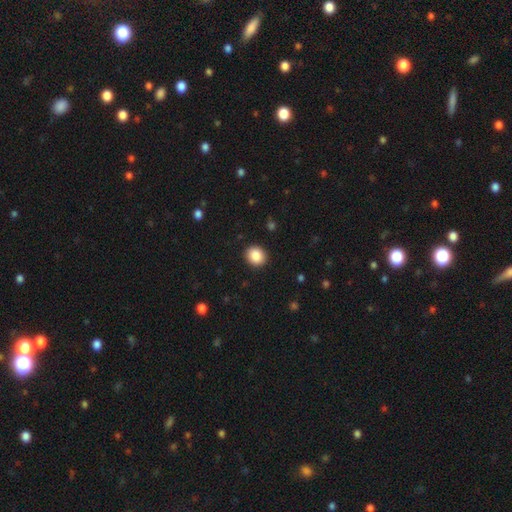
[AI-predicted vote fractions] Smooth or featured: smooth — 87% (star or artifact — 9%)
How rounded: round — 80% (in between — 19%)
Merging: none — 91% (minor disturbance — 6%)